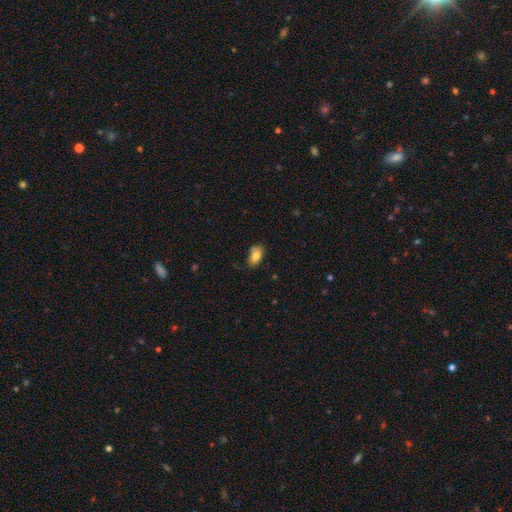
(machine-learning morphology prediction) smooth_or_featured: smooth (p=0.82) [alt: featured or disk p=0.10]
how_rounded: in between (p=0.90) [alt: round p=0.08]
merging: none (p=0.65) [alt: minor disturbance p=0.24]